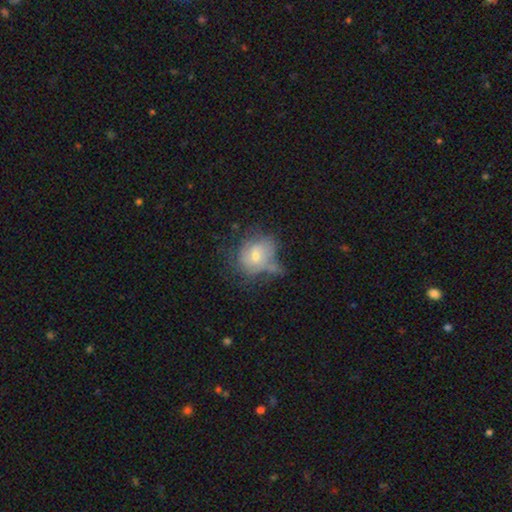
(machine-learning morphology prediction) A smooth galaxy with no disk features (52%) that is round (60%). Merging: none (31%).